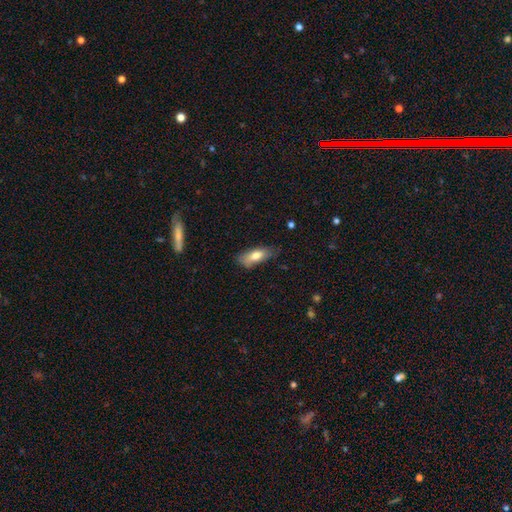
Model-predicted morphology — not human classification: Overall: smooth (75%). How rounded: in between (72%). Merging: none (65%; minor disturbance 27%).